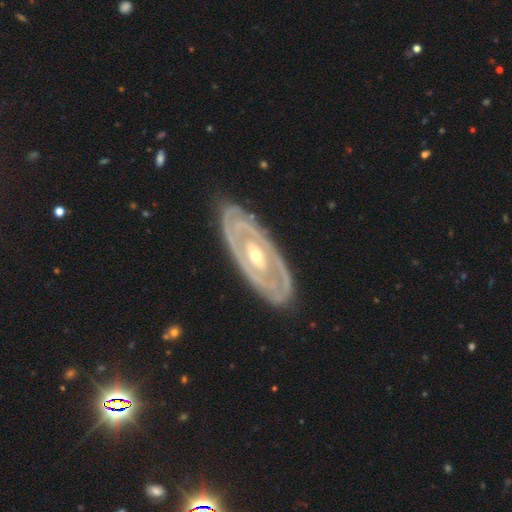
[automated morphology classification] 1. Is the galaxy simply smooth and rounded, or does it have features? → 86% featured or disk, 9% smooth, 5% star or artifact.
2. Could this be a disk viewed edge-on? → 88% no, 12% yes.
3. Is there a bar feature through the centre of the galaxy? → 54% no, 29% weak, 17% strong.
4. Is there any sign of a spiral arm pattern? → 76% yes, 24% no.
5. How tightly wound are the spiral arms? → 74% tight, 20% medium, 6% loose.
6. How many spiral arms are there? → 47% 2, 35% can't tell, 7% 3, 4% 1, 4% 4, 3% more than 4.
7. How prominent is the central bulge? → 53% moderate, 43% small, 3% large, 1% dominant, 1% none.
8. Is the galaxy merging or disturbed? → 85% none, 11% minor disturbance, 3% major disturbance, 1% merger.